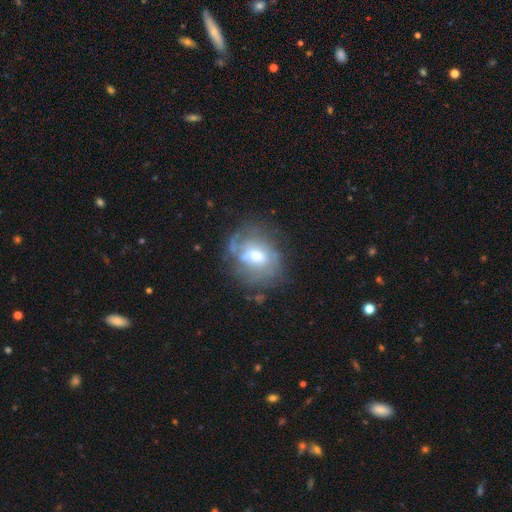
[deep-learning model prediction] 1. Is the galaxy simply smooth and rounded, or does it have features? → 53% featured or disk, 38% smooth, 9% star or artifact.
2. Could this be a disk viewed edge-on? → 95% no, 5% yes.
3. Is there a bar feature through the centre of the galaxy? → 47% weak, 38% no, 15% strong.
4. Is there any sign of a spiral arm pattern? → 50% no (tied), 50% yes (tied).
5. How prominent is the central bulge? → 63% moderate, 23% small, 11% large, 2% none, 1% dominant.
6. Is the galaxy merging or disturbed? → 56% none, 25% minor disturbance, 15% major disturbance, 4% merger.